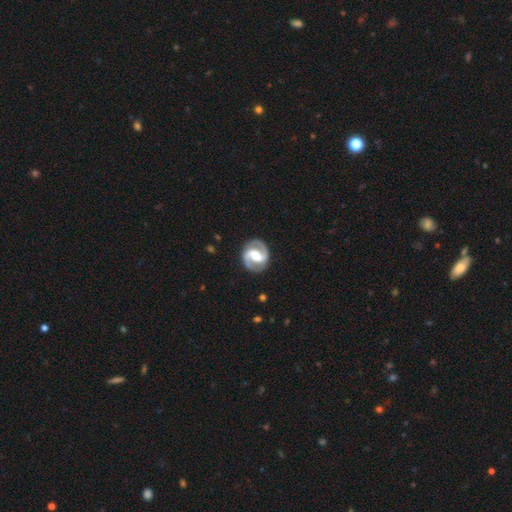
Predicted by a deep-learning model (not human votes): Q: Smooth or featured?
A: featured or disk (91%); runner-up: smooth (6%)
Q: Edge-on disk?
A: no (98%); runner-up: yes (2%)
Q: Bar?
A: strong (44%); runner-up: weak (39%)
Q: Spiral arms?
A: yes (97%); runner-up: no (3%)
Q: Spiral winding?
A: medium (54%); runner-up: tight (34%)
Q: Spiral arm count?
A: 2 (94%); runner-up: can't tell (2%)
Q: Bulge size?
A: moderate (66%); runner-up: large (19%)
Q: Merging?
A: none (88%); runner-up: minor disturbance (8%)